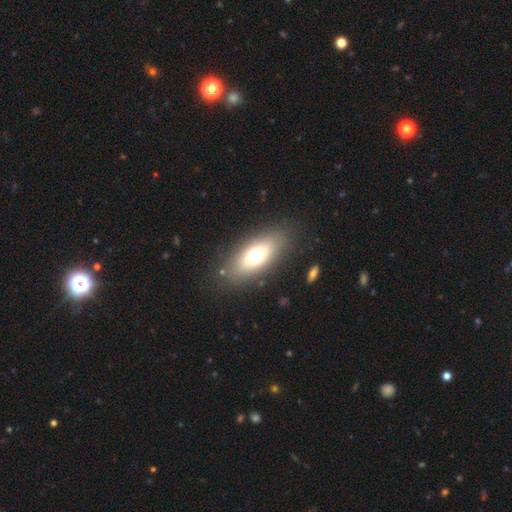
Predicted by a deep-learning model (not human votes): Smooth or featured? Predicted: smooth (p=0.66). How rounded? Predicted: in between (p=0.84). Merging? Predicted: none (p=0.82).